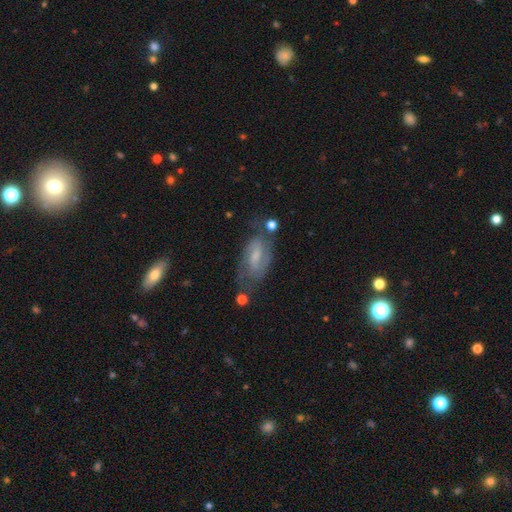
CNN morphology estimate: smooth-or-featured: featured or disk: 69% | smooth: 21% | star or artifact: 10%
  disk-edge-on: no: 93% | yes: 7%
    bar: weak: 54% | no: 28% | strong: 18%
    has-spiral-arms: yes: 88% | no: 12%
      spiral-winding: medium: 46% | tight: 38% | loose: 17%
      spiral-arm-count: 2: 71% | can't tell: 19% | 3: 4% | 1: 3% | 4: 2% | more than 4: 1%
    bulge-size: small: 48% | moderate: 35% | none: 12% | large: 4% | dominant: 1%
  merging: none: 66% | minor disturbance: 20% | major disturbance: 9% | merger: 5%